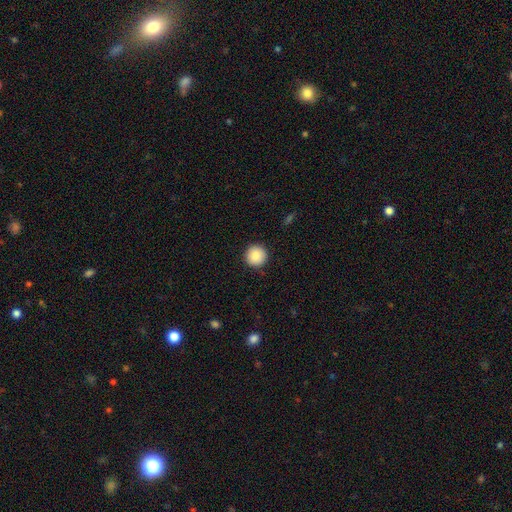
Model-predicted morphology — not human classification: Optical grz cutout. It shows a smooth galaxy with no disk features (88%) that is round (95%). Merging: none (92%).